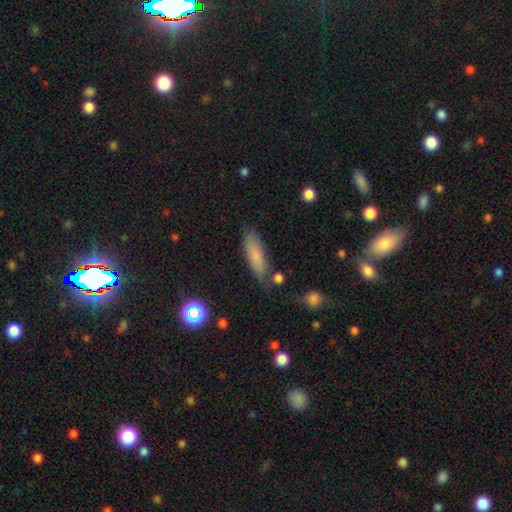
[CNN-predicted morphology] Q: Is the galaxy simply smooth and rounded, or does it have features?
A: smooth — 77%.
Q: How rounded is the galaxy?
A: cigar-shaped — 56%.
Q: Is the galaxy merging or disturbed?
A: none — 74%.